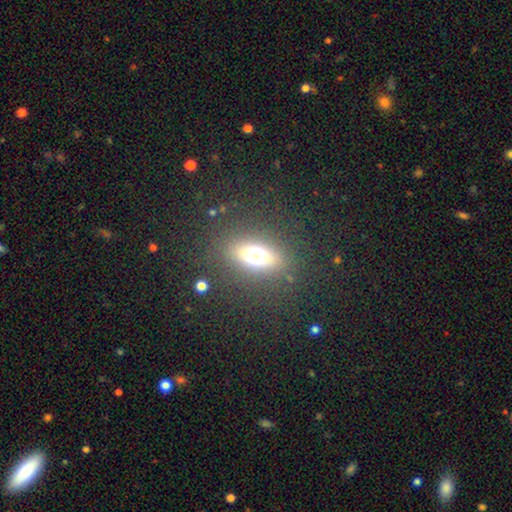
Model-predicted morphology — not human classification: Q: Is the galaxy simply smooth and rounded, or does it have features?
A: smooth — 60%.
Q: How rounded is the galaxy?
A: in between — 69%.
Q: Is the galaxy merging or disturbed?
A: none — 84%.